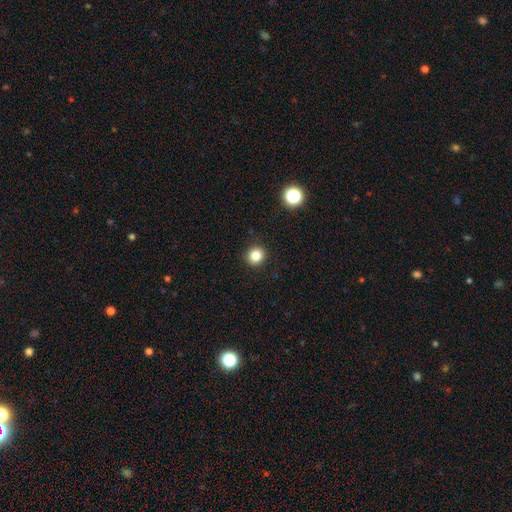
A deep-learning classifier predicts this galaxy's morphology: Smooth or featured: smooth — 82% (star or artifact — 12%)
How rounded: round — 92% (in between — 7%)
Merging: none — 92% (minor disturbance — 5%)